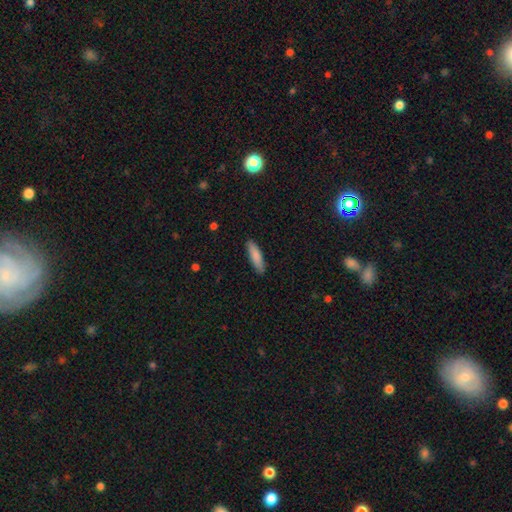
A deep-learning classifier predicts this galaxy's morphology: smooth_or_featured: smooth (p=0.85) [alt: featured or disk p=0.10]
how_rounded: cigar-shaped (p=0.69) [alt: in between p=0.29]
merging: none (p=0.89) [alt: minor disturbance p=0.08]